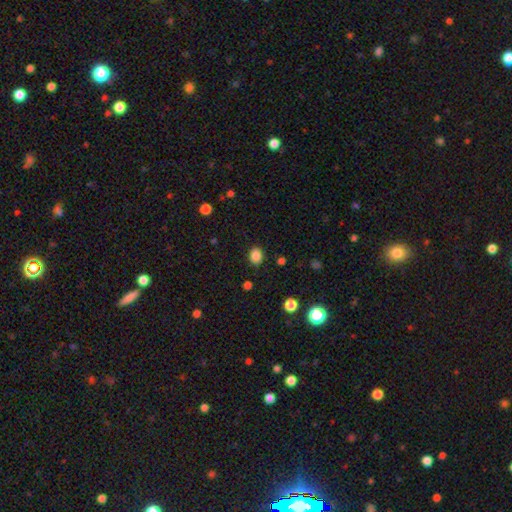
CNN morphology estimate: Q: Smooth or featured?
A: smooth (86%); runner-up: star or artifact (11%)
Q: How rounded?
A: round (58%); runner-up: in between (41%)
Q: Merging?
A: none (85%); runner-up: minor disturbance (11%)